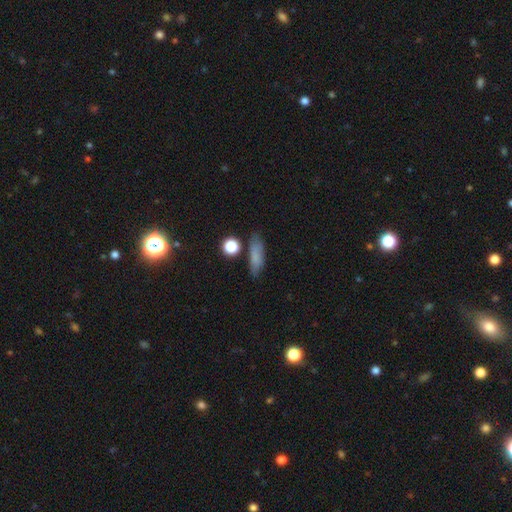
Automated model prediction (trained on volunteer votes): A smooth galaxy with no disk features (76%) that is cigar-shaped (52%).

Vote fractions:
- Smooth or featured? smooth: 76% / featured or disk: 13% / star or artifact: 11%
- How rounded? cigar-shaped: 52% / in between: 41% / round: 7%
- Merging? none: 75% / minor disturbance: 16% / merger: 5% / major disturbance: 4%